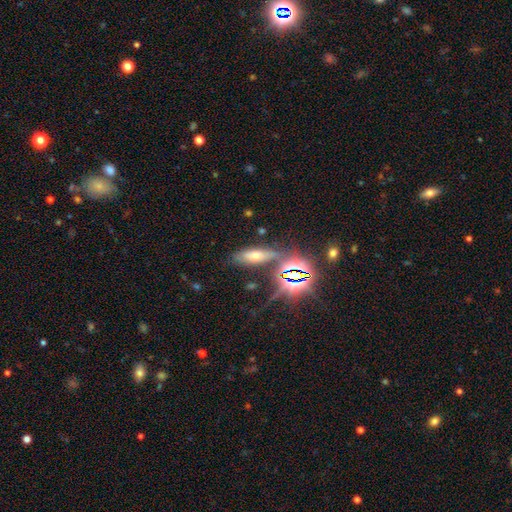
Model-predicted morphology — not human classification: This appears to be a smooth galaxy with no disk features (54%) that is in between round and cigar-shaped (59%). Merging: none (67%).